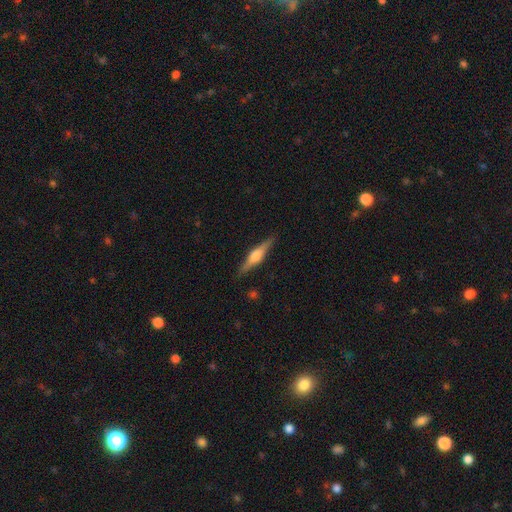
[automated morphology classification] Smooth or featured?
  - featured or disk: 70% *
  - smooth: 24%
  - star or artifact: 6%
Edge-on disk?
  - yes: 98% *
  - no: 2%
Edge-on bulge?
  - rounded: 87% *
  - boxy: 10%
  - none: 3%
Merging?
  - none: 89% *
  - minor disturbance: 8%
  - major disturbance: 2%
  - merger: 1%